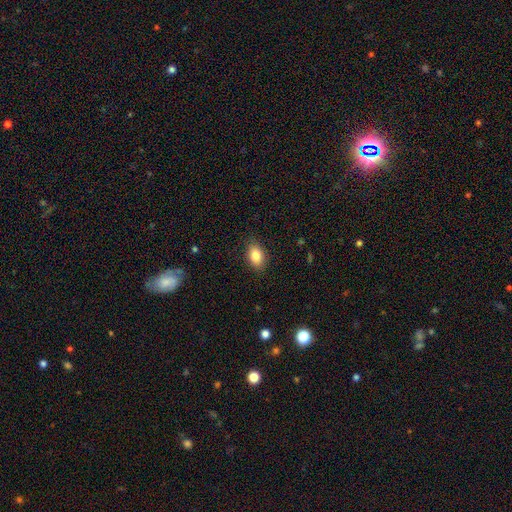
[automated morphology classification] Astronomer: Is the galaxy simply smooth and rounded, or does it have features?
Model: smooth — 84%.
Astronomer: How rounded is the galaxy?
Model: in between — 86%.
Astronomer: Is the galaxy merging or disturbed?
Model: none — 86%.